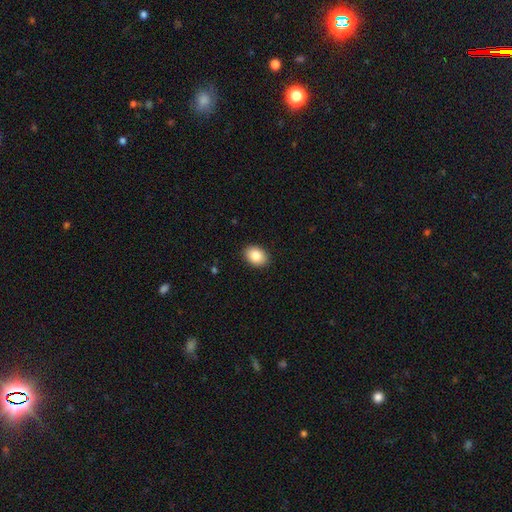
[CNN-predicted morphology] This is clearly a smooth galaxy (86%). How rounded: likely in between (72%). Merging: clearly none (90%).